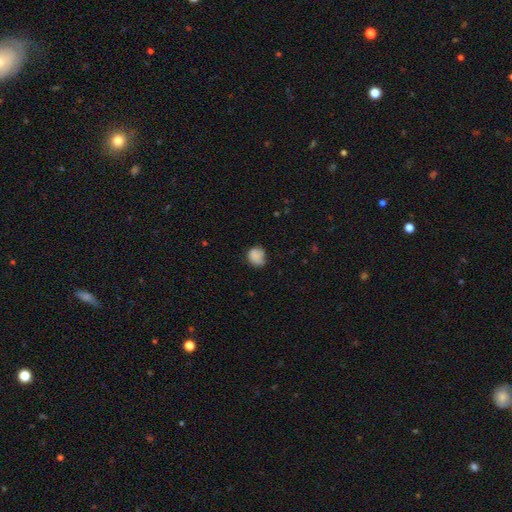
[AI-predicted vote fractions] Smooth or featured?
  - smooth: 78% *
  - featured or disk: 13%
  - star or artifact: 9%
How rounded?
  - round: 66% *
  - in between: 33%
  - cigar-shaped: 1%
Merging?
  - none: 52% *
  - minor disturbance: 34%
  - major disturbance: 12%
  - merger: 3%